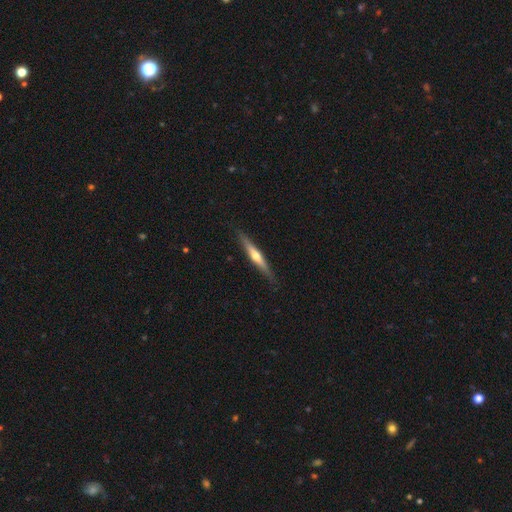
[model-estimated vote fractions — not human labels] smooth-or-featured: featured or disk: 62% | smooth: 32% | star or artifact: 5%
  disk-edge-on: yes: 96% | no: 4%
    edge-on-bulge: rounded: 86% | none: 10% | boxy: 4%
  merging: none: 88% | minor disturbance: 9% | major disturbance: 2% | merger: 1%